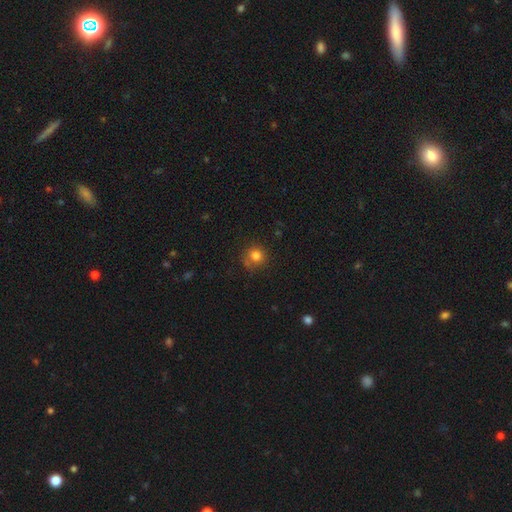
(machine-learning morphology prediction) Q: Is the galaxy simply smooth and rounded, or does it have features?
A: smooth — 80%.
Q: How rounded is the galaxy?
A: round — 89%.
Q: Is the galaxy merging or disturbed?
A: none — 73%.